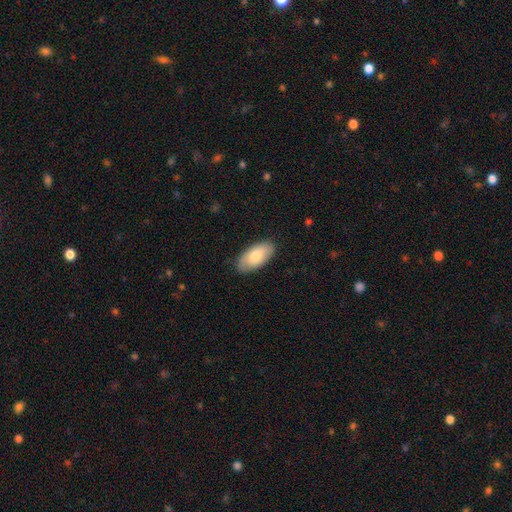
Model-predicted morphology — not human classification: smooth-or-featured: smooth: 74% | featured or disk: 20% | star or artifact: 6%
  how-rounded: in between: 94% | cigar-shaped: 4% | round: 2%
  merging: none: 84% | minor disturbance: 13% | major disturbance: 2% | merger: 1%